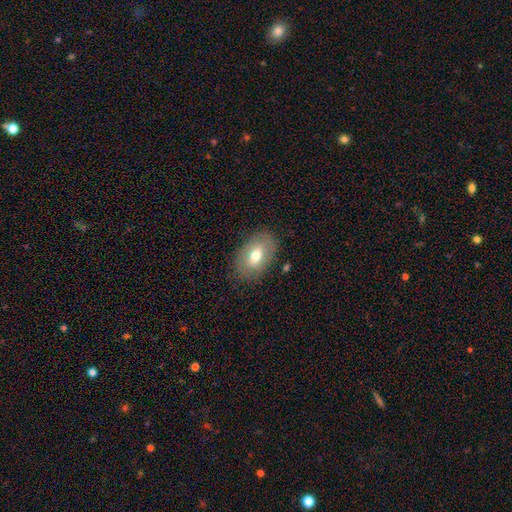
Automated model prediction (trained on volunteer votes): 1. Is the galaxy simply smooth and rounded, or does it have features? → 65% smooth, 27% featured or disk, 8% star or artifact.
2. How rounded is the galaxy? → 89% in between, 10% round, 1% cigar-shaped.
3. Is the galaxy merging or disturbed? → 82% none, 13% minor disturbance, 4% major disturbance, 1% merger.